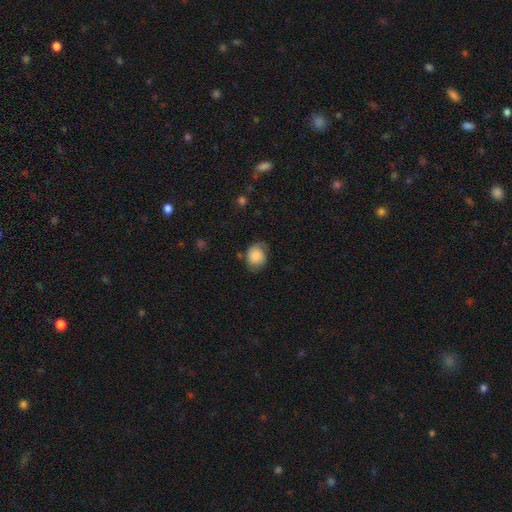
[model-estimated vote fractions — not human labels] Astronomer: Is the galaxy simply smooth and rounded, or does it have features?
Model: smooth — 80%.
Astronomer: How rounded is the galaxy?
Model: round — 59% (runner-up: in between, 40%).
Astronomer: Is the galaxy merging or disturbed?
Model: none — 57%.